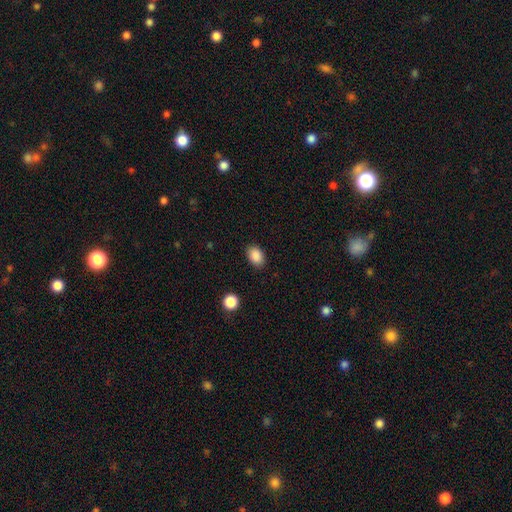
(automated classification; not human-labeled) Smooth or featured?
  - smooth: 88% *
  - star or artifact: 9%
  - featured or disk: 3%
How rounded?
  - in between: 78% *
  - round: 21%
  - cigar-shaped: 1%
Merging?
  - none: 86% *
  - minor disturbance: 10%
  - major disturbance: 3%
  - merger: 1%